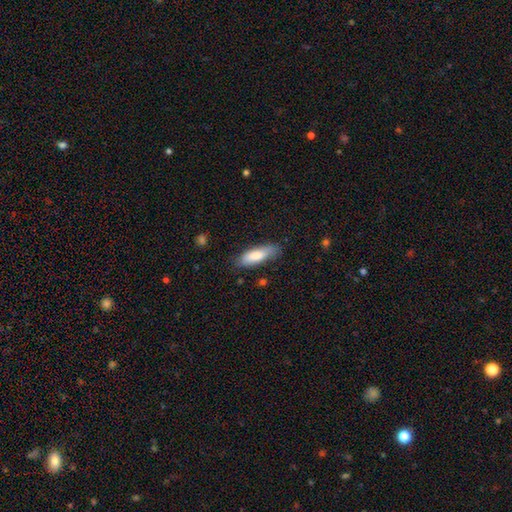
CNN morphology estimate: A smooth galaxy with no disk features (81%) that is in between round and cigar-shaped (57%). Merging: none (72%).